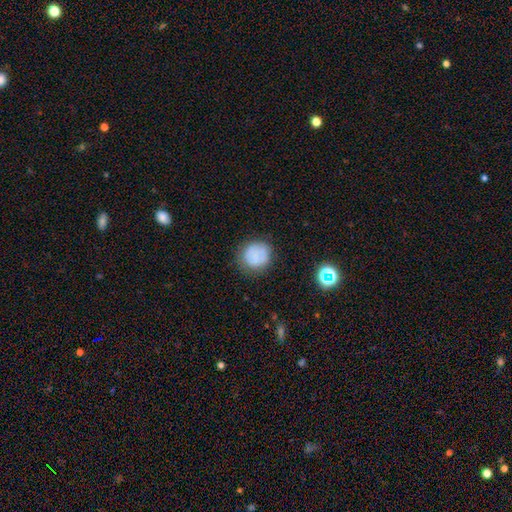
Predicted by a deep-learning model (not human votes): smooth-or-featured: smooth: 78% | featured or disk: 12% | star or artifact: 10%
  how-rounded: round: 87% | in between: 12% | cigar-shaped: 1%
  merging: none: 75% | minor disturbance: 17% | major disturbance: 6% | merger: 2%